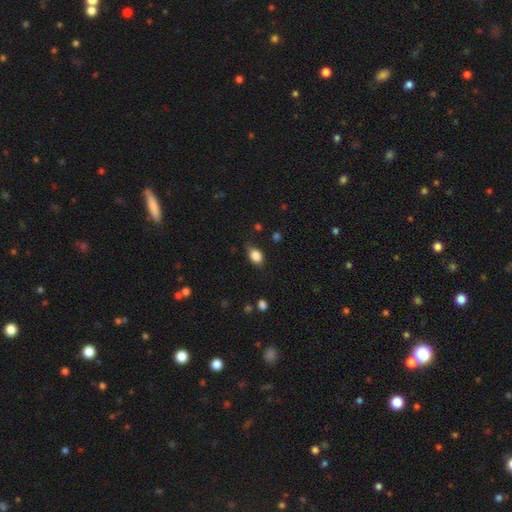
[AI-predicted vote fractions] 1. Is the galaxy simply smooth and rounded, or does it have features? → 86% smooth, 9% star or artifact, 6% featured or disk.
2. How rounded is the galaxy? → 79% in between, 20% round, 2% cigar-shaped.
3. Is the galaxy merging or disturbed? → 77% none, 18% minor disturbance, 4% major disturbance, 1% merger.